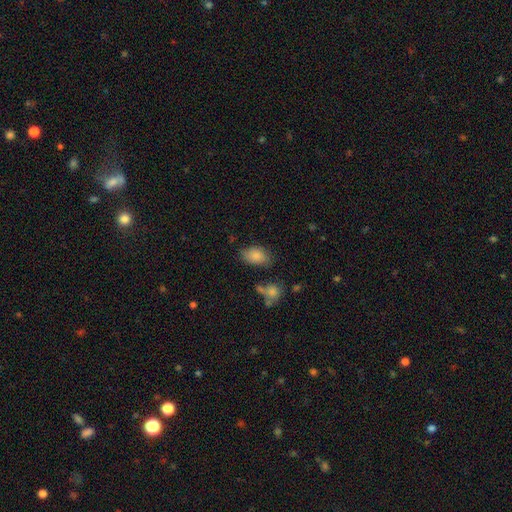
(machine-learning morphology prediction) A smooth galaxy with no disk features (83%) that is in between round and cigar-shaped (87%).

Vote fractions:
- Smooth or featured? smooth: 83% / featured or disk: 8% / star or artifact: 8%
- How rounded? in between: 87% / round: 11% / cigar-shaped: 1%
- Merging? none: 66% / minor disturbance: 23% / major disturbance: 6% / merger: 5%